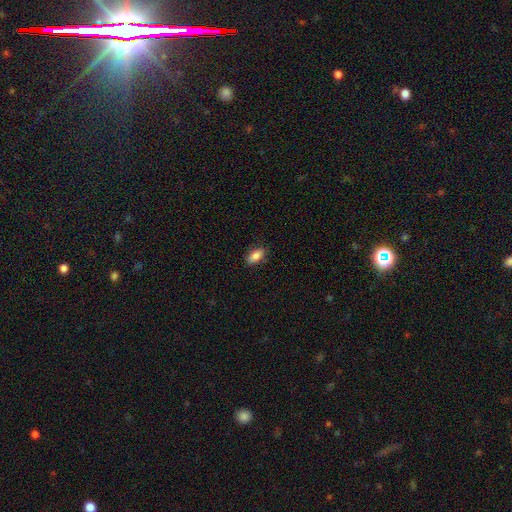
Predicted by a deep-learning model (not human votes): A smooth galaxy with no disk features (82%) that is in between round and cigar-shaped (88%).

Vote fractions:
- Smooth or featured? smooth: 82% / featured or disk: 10% / star or artifact: 7%
- How rounded? in between: 88% / cigar-shaped: 9% / round: 3%
- Merging? none: 86% / minor disturbance: 11% / major disturbance: 2% / merger: 1%